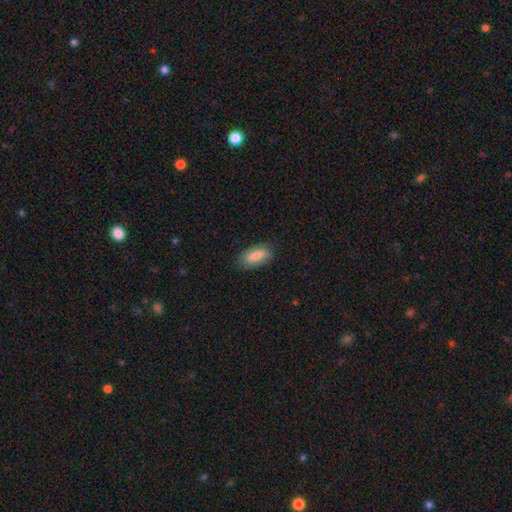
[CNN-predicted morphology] Overall: smooth (84%). How rounded: in between (86%). Merging: none (81%).